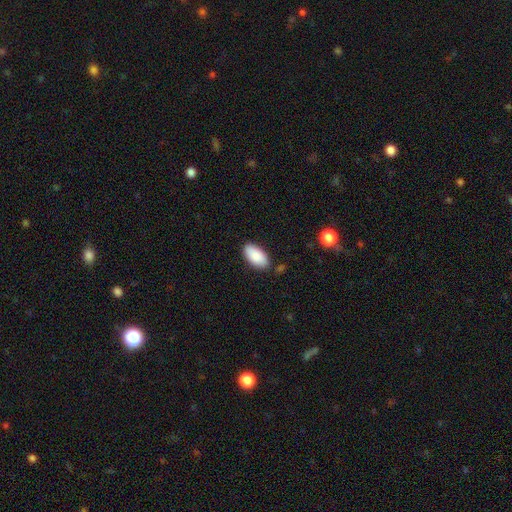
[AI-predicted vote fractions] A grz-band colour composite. It shows a smooth galaxy with no disk features (87%) that is in between round and cigar-shaped (95%). Merging: none (83%).